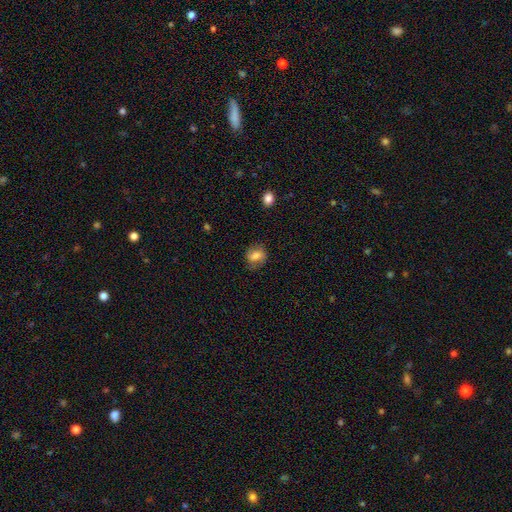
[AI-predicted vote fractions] Q: Smooth or featured?
A: smooth (66%); runner-up: featured or disk (25%)
Q: How rounded?
A: round (52%); runner-up: in between (47%)
Q: Merging?
A: none (74%); runner-up: minor disturbance (18%)